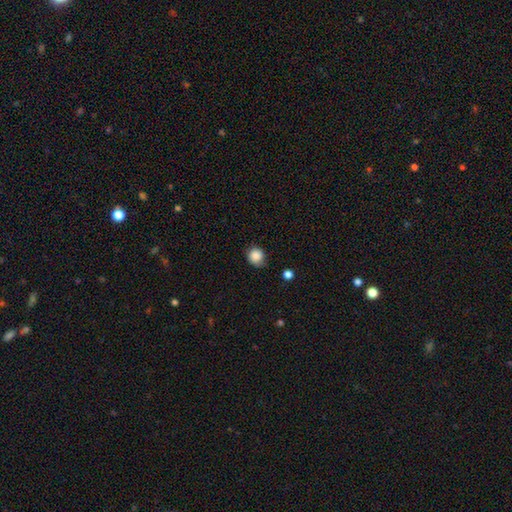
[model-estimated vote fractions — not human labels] Smooth or featured: smooth — 86% (star or artifact — 9%)
How rounded: round — 82% (in between — 17%)
Merging: none — 62% (minor disturbance — 29%)